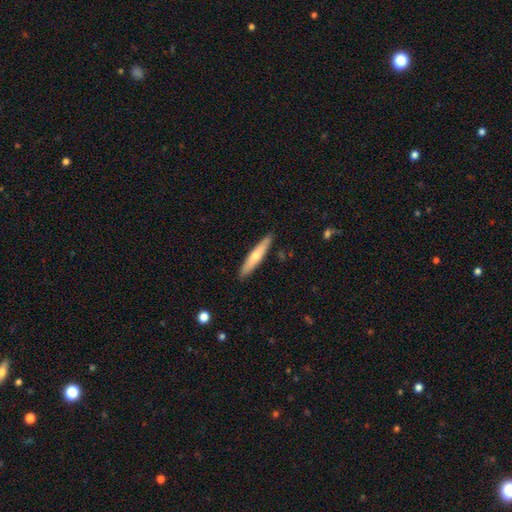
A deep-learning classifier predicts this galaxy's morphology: Smooth or featured?
  - smooth: 60% *
  - featured or disk: 35%
  - star or artifact: 5%
How rounded?
  - cigar-shaped: 90% *
  - in between: 8%
  - round: 1%
Merging?
  - none: 89% *
  - minor disturbance: 8%
  - major disturbance: 2%
  - merger: 1%